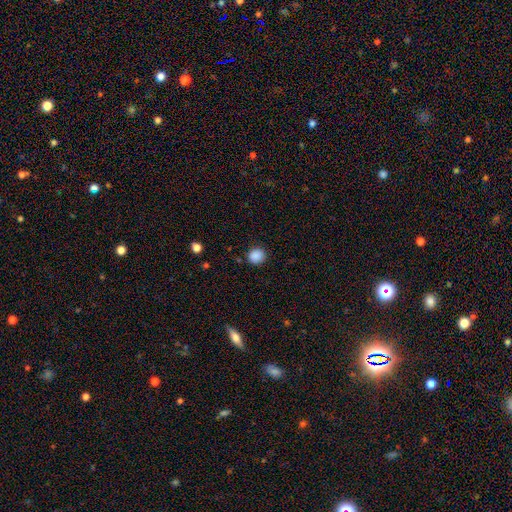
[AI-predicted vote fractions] This appears to be a smooth galaxy with no disk features (88%) that is round (88%). Merging: none (88%).